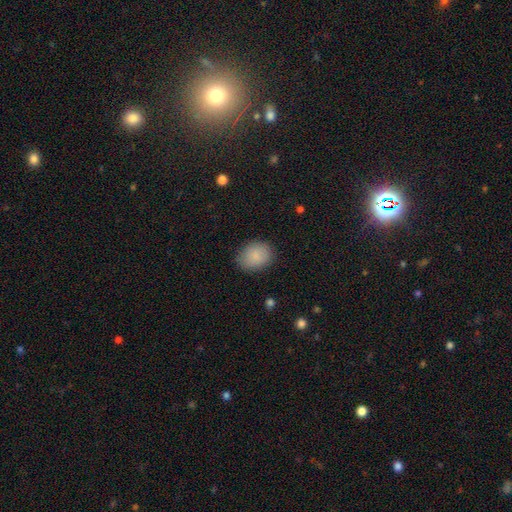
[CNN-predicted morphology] This is clearly a smooth galaxy (86%). How rounded: likely in between (63%). Merging: clearly none (81%).